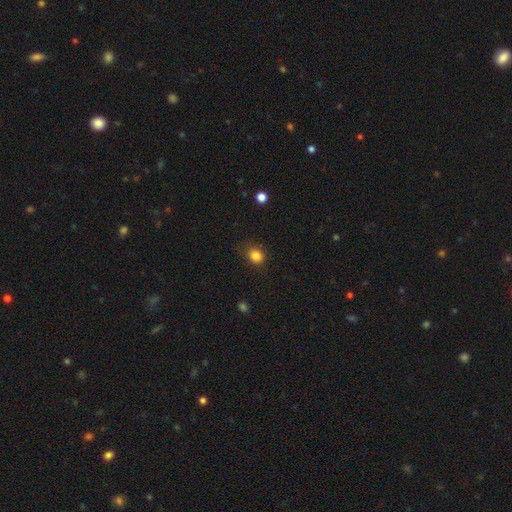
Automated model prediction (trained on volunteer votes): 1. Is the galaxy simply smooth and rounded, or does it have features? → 84% smooth, 11% star or artifact, 5% featured or disk.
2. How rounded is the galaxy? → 69% round, 30% in between, 1% cigar-shaped.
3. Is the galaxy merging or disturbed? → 80% none, 15% minor disturbance, 4% major disturbance, 1% merger.